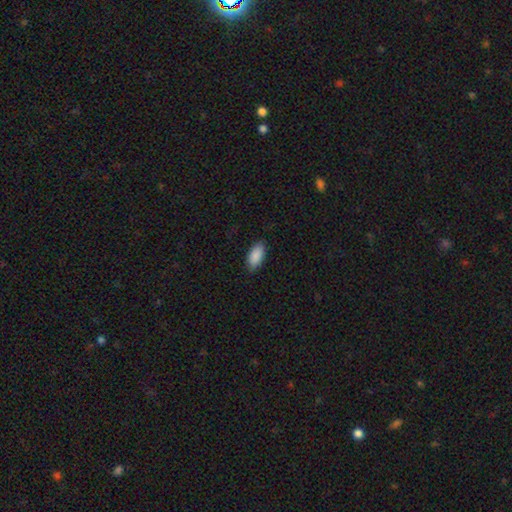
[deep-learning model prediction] Smooth or featured? Predicted: smooth (p=0.90). How rounded? Predicted: in between (p=0.91). Merging? Predicted: none (p=0.86).